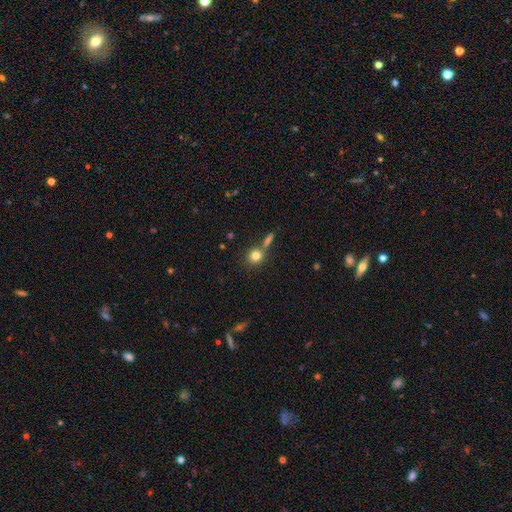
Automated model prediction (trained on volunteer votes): Smooth or featured? Predicted: smooth (p=0.80). How rounded? Predicted: round (p=0.86). Merging? Predicted: none (p=0.65).